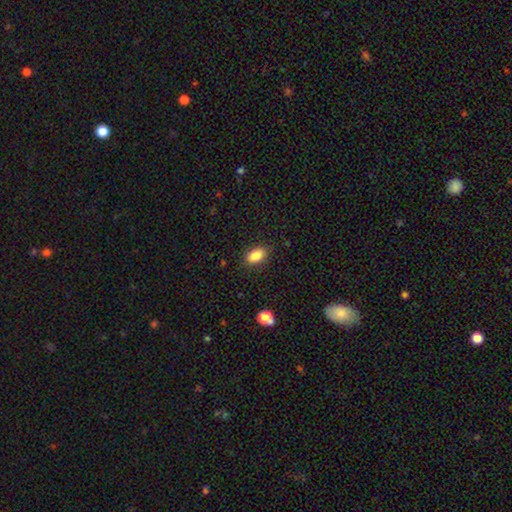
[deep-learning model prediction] smooth_or_featured: smooth (p=0.86) [alt: star or artifact p=0.09]
how_rounded: in between (p=0.89) [alt: round p=0.08]
merging: none (p=0.87) [alt: minor disturbance p=0.10]